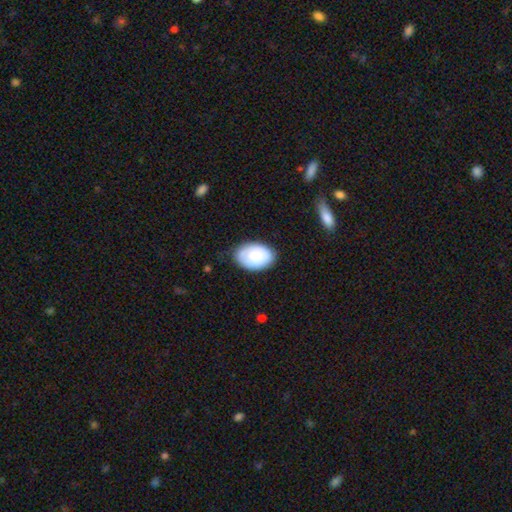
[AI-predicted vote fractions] Q: Smooth or featured?
A: smooth (76%); runner-up: featured or disk (18%)
Q: How rounded?
A: in between (88%); runner-up: round (11%)
Q: Merging?
A: none (79%); runner-up: minor disturbance (16%)